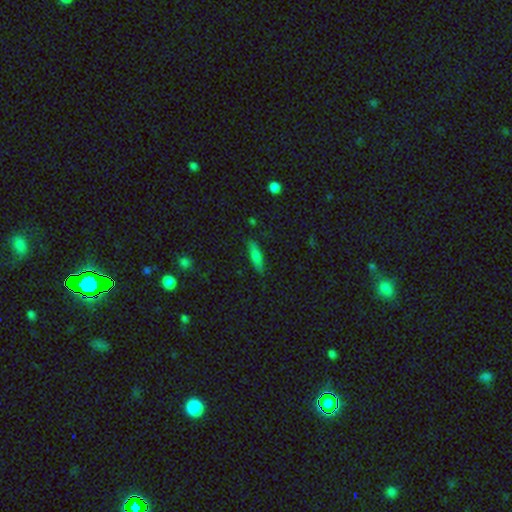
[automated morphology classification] This is likely a smooth galaxy (72%). How rounded: likely cigar-shaped (65%). Merging: clearly none (84%).